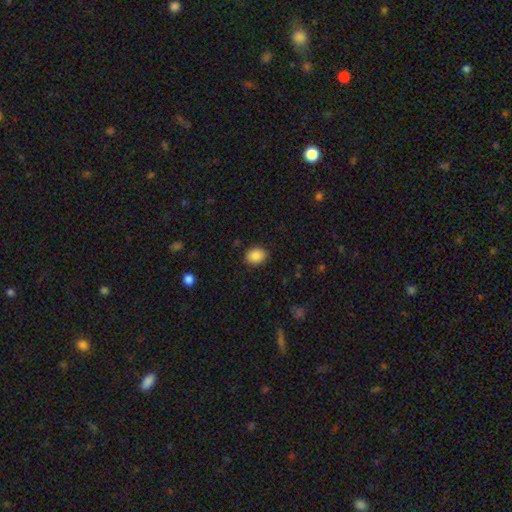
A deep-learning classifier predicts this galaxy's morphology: This is clearly a smooth galaxy (88%). How rounded: possibly in between (50%). Merging: clearly none (87%).